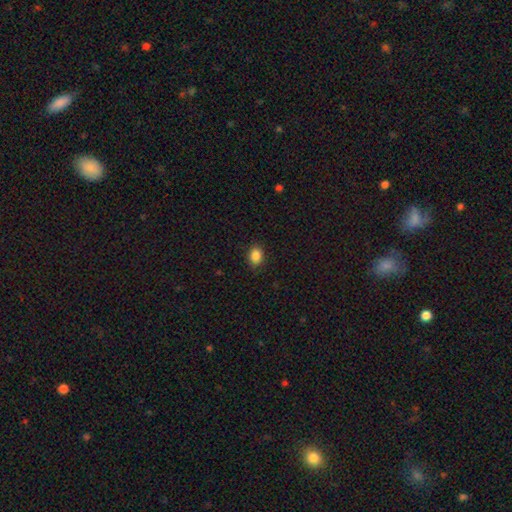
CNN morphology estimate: type=smooth (86%); roundness=in between (64%); merging=none (88%).